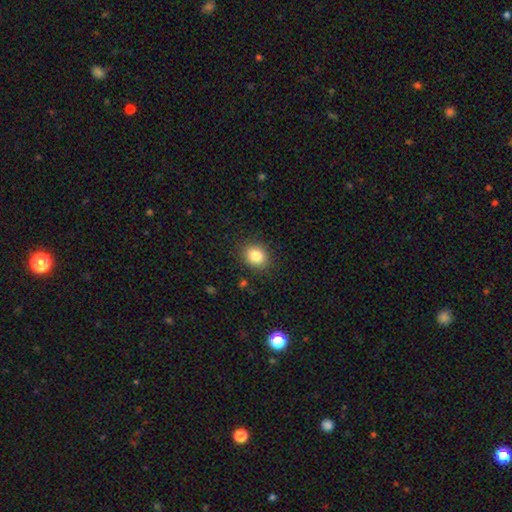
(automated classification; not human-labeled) This is clearly a smooth galaxy (84%). How rounded: likely round (63%). Merging: clearly none (88%).